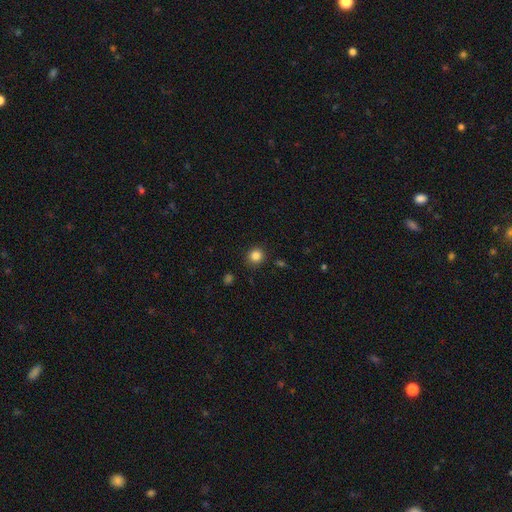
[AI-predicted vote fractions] smooth 85%, star or artifact 11%, featured or disk 4%. Down the decision tree: how rounded — round (88%); merging — none (87%).